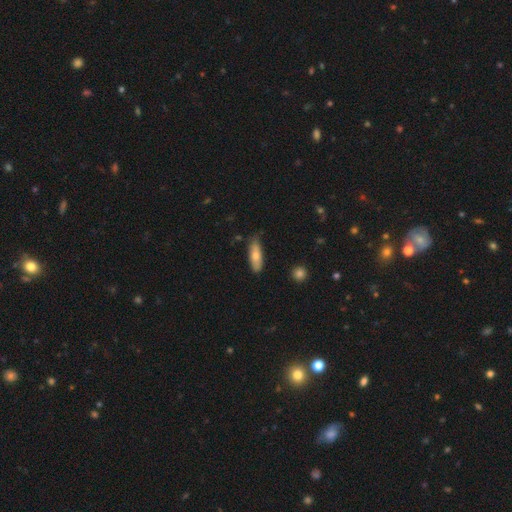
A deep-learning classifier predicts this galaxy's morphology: Overall: smooth (71%). How rounded: in between (57%; cigar-shaped 40%). Merging: none (72%).